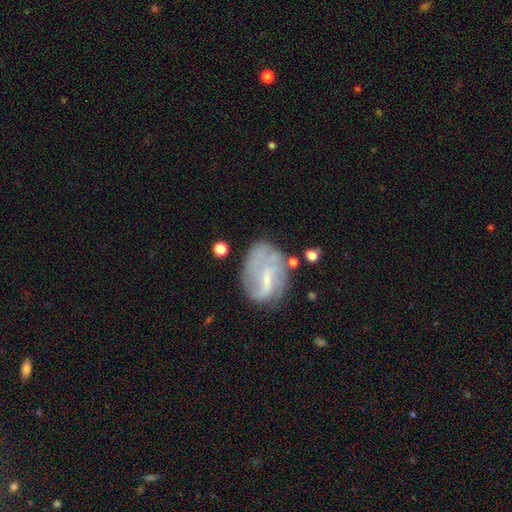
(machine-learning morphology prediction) smooth_or_featured: featured or disk (p=0.59) [alt: smooth p=0.28]
disk_edge_on: no (p=0.96) [alt: yes p=0.04]
bar: weak (p=0.45) [alt: no p=0.34]
has_spiral_arms: yes (p=0.65) [alt: no p=0.35]
bulge_size: small (p=0.52) [alt: moderate p=0.26]
merging: none (p=0.57) [alt: minor disturbance p=0.23]